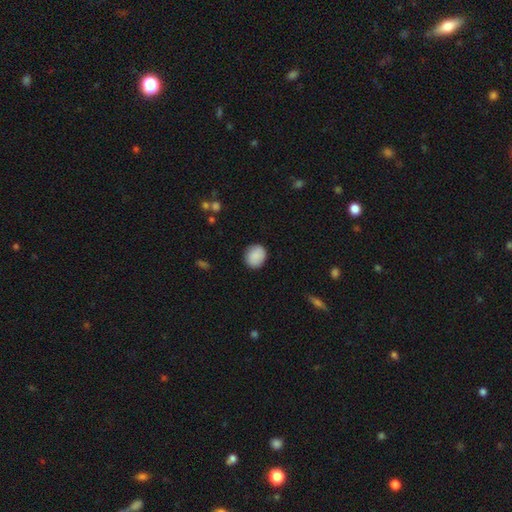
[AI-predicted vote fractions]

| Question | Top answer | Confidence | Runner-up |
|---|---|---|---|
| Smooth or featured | smooth | 89% | star or artifact (7%) |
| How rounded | round | 74% | in between (25%) |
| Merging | none | 87% | minor disturbance (9%) |